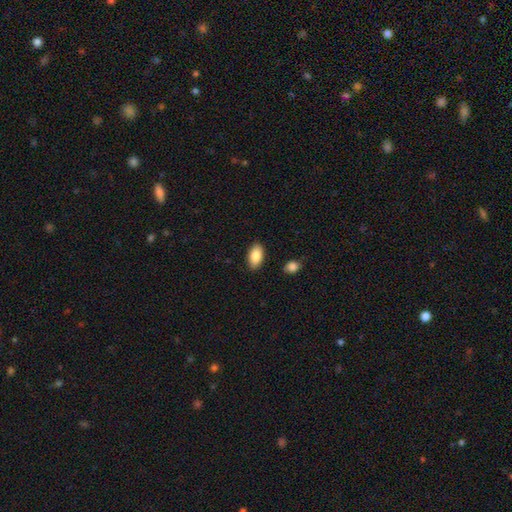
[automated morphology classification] Overall: smooth (86%). How rounded: in between (94%). Merging: none (87%).